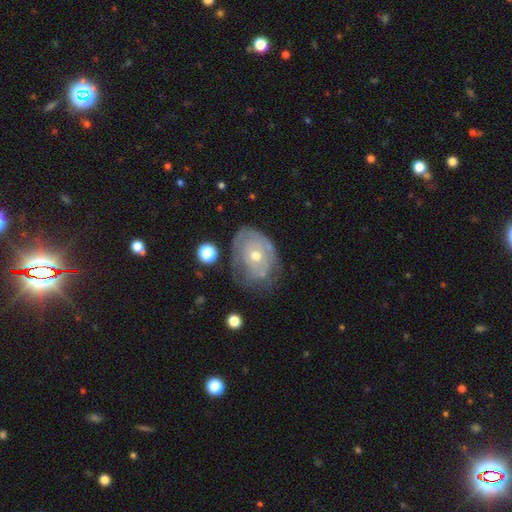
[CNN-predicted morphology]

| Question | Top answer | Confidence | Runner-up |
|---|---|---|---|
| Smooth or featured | featured or disk | 64% | smooth (28%) |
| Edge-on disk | no | 95% | yes (5%) |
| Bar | no | 86% | weak (12%) |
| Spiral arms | yes | 55% | no (45%) |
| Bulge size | moderate | 55% | small (41%) |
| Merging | none | 45% | minor disturbance (33%) |